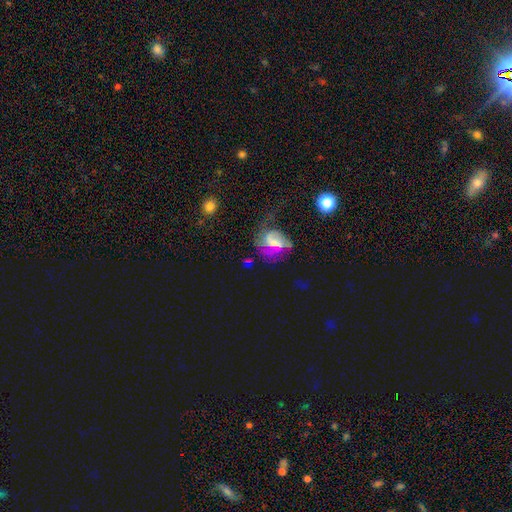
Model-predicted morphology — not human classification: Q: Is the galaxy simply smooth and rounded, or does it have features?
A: featured or disk — 55%.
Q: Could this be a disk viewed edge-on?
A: no — 96%.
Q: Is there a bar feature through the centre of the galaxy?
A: weak — 45%.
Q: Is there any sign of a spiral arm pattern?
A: yes — 74%.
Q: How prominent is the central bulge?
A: moderate — 41%.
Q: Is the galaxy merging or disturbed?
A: none — 49%.